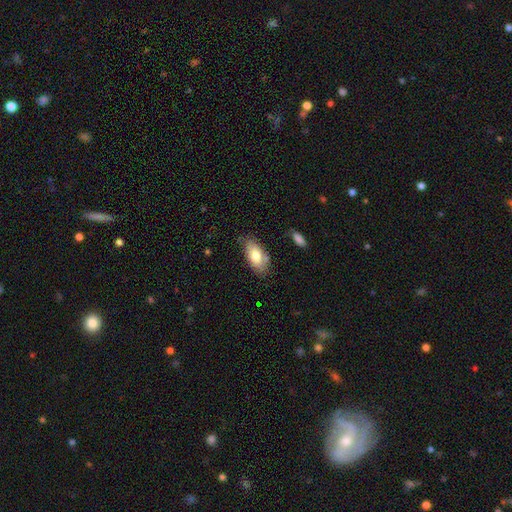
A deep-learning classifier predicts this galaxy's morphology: Smooth or featured? smooth (75%)
How rounded? in between (92%)
Merging? none (70%)